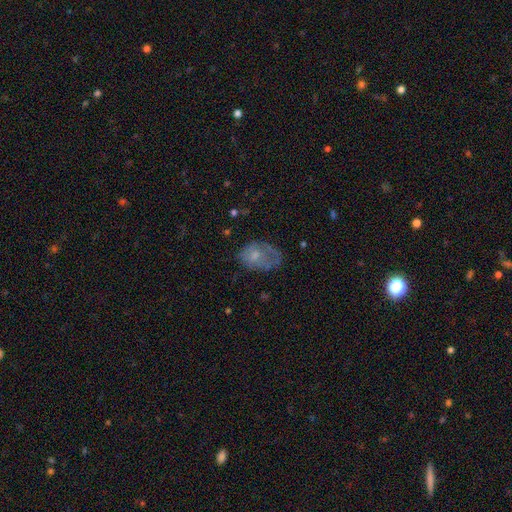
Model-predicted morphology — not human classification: Smooth or featured: smooth — 52% (featured or disk — 38%)
How rounded: in between — 75% (round — 23%)
Merging: none — 36% (major disturbance — 31%)